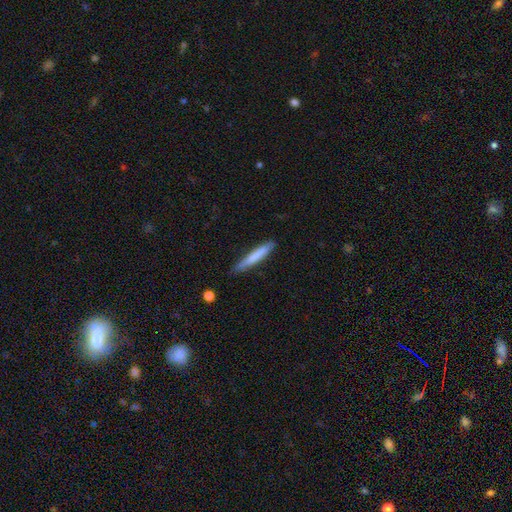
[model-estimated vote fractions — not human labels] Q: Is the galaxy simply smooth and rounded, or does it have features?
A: smooth — 71%.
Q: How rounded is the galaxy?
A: cigar-shaped — 95%.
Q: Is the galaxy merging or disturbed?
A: none — 82%.